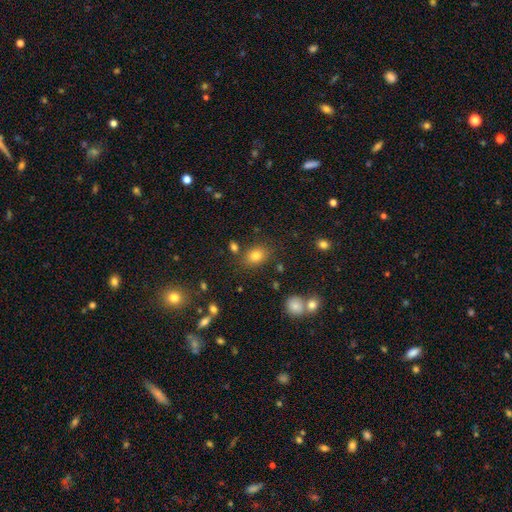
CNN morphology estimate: Smooth or featured?
  - smooth: 78% *
  - star or artifact: 13%
  - featured or disk: 8%
How rounded?
  - in between: 70% *
  - round: 29%
  - cigar-shaped: 1%
Merging?
  - none: 77% *
  - minor disturbance: 12%
  - merger: 6%
  - major disturbance: 4%